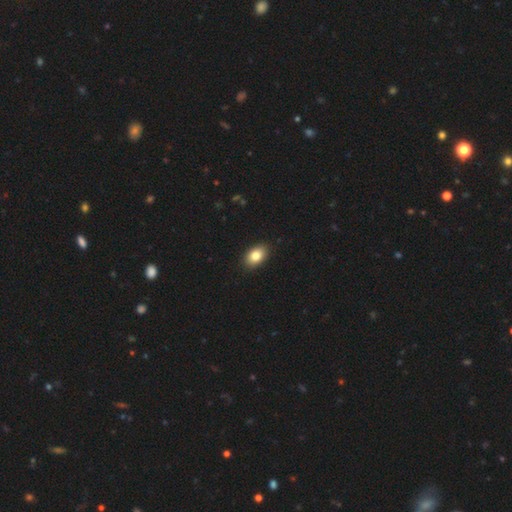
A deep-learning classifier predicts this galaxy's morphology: smooth-or-featured: smooth: 83% | featured or disk: 9% | star or artifact: 8%
  how-rounded: in between: 88% | round: 11% | cigar-shaped: 1%
  merging: none: 89% | minor disturbance: 8% | major disturbance: 2% | merger: 1%